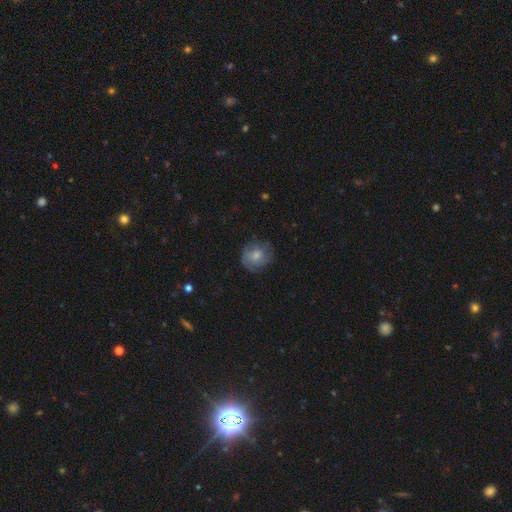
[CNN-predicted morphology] Smooth or featured? Predicted: smooth (p=0.63). How rounded? Predicted: round (p=0.82). Merging? Predicted: none (p=0.71).